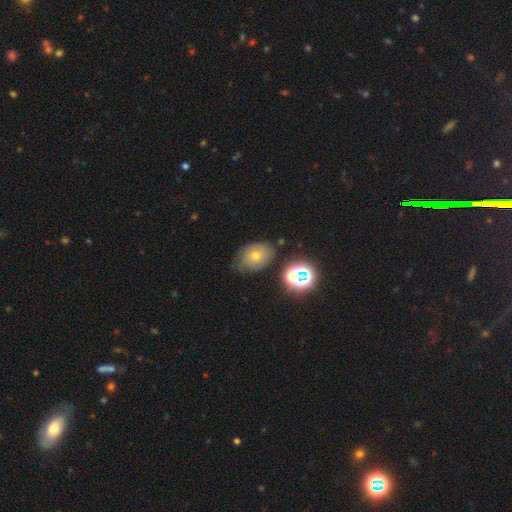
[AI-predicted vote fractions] smooth 54%, featured or disk 27%, star or artifact 20%. Down the decision tree: how rounded — in between (70%); merging — none (62%).